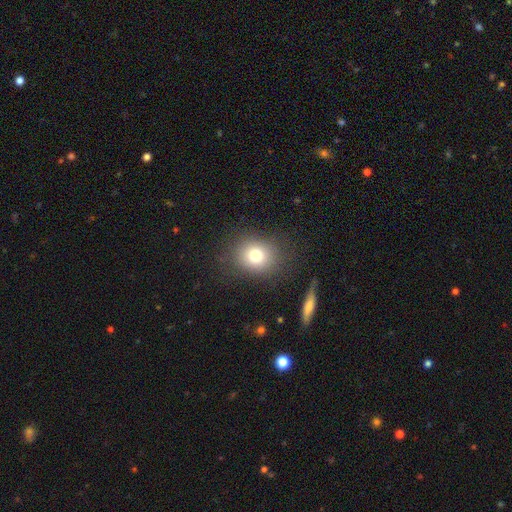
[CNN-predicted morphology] A smooth galaxy with no disk features (76%) that is round (70%).

Vote fractions:
- Smooth or featured? smooth: 76% / star or artifact: 13% / featured or disk: 11%
- How rounded? round: 70% / in between: 29% / cigar-shaped: 1%
- Merging? none: 83% / minor disturbance: 10% / major disturbance: 5% / merger: 2%